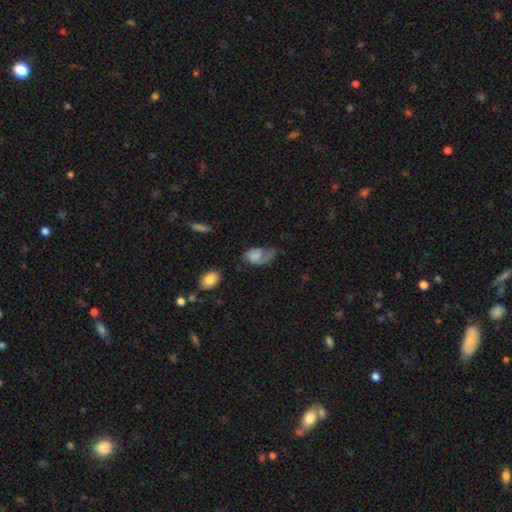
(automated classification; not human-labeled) Overall: smooth (51%; featured or disk 40%). How rounded: in between (89%). Merging: none (40%; minor disturbance 30%).